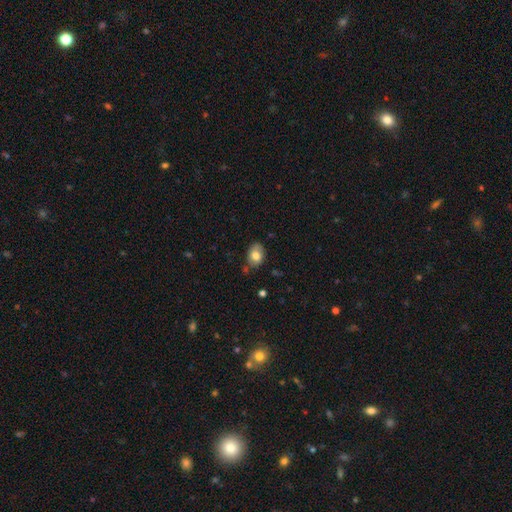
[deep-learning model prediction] The model was most divided on "merging": none: 69%, minor disturbance: 23%, major disturbance: 5%, merger: 4%. More confident: how rounded — in between (77%); smooth or featured — smooth (75%).